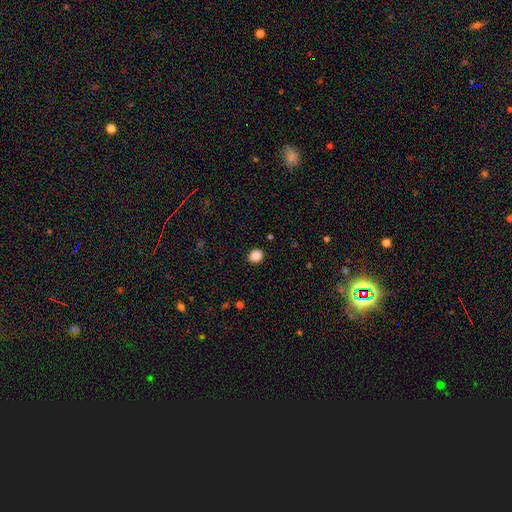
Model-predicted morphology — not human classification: This is clearly a smooth galaxy (87%). How rounded: likely round (75%). Merging: clearly none (91%).